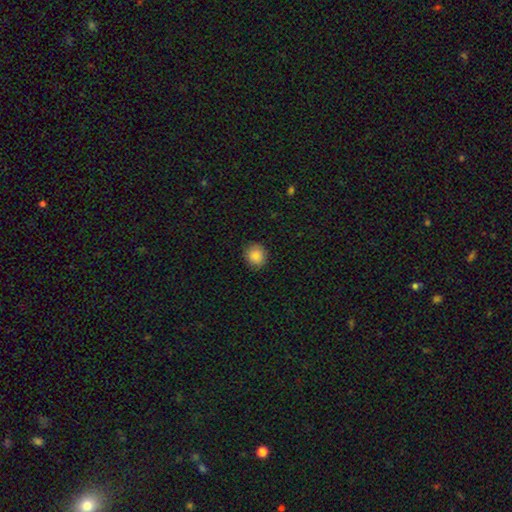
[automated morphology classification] A smooth galaxy with no disk features (87%) that is round (85%).

Vote fractions:
- Smooth or featured? smooth: 87% / star or artifact: 9% / featured or disk: 4%
- How rounded? round: 85% / in between: 14% / cigar-shaped: 1%
- Merging? none: 88% / minor disturbance: 9% / major disturbance: 2% / merger: 1%